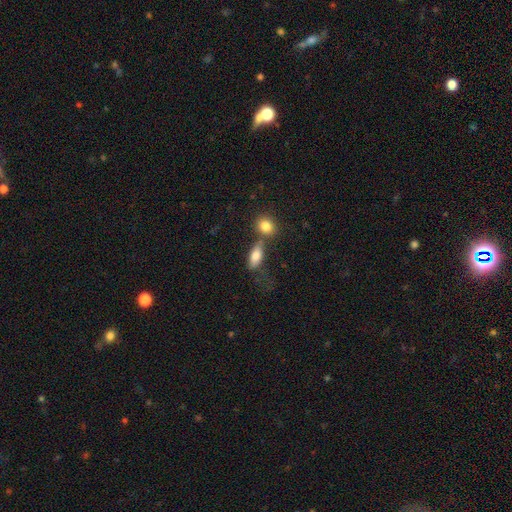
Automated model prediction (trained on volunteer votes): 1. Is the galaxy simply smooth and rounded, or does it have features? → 79% smooth, 13% featured or disk, 8% star or artifact.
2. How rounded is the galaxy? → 79% in between, 14% cigar-shaped, 7% round.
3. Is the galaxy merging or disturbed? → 44% none, 32% merger, 16% minor disturbance, 8% major disturbance.